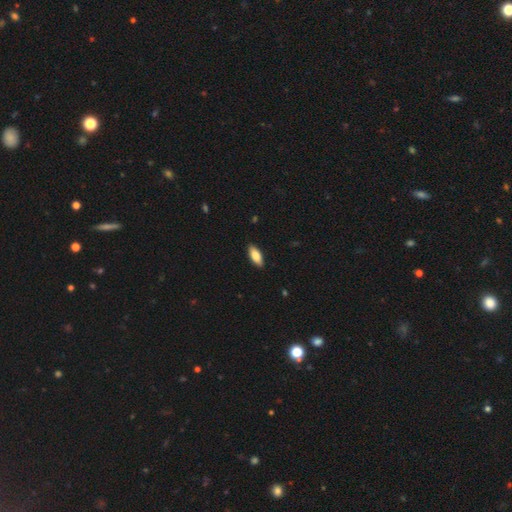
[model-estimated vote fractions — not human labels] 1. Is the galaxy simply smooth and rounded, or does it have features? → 83% smooth, 12% featured or disk, 6% star or artifact.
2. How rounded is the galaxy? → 82% in between, 17% cigar-shaped, 2% round.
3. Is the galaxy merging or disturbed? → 89% none, 9% minor disturbance, 2% major disturbance, 1% merger.